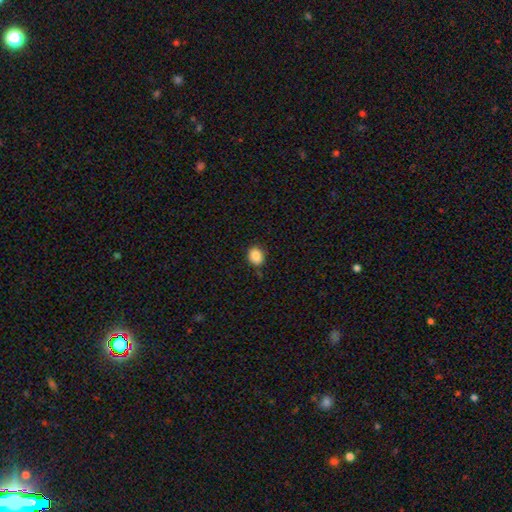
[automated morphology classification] smooth 87%, star or artifact 9%, featured or disk 4%. Down the decision tree: how rounded — round (63%); merging — none (83%).